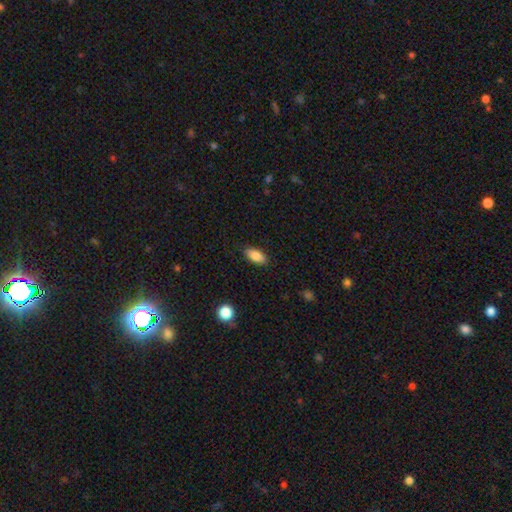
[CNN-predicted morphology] A smooth galaxy with no disk features (86%) that is in between round and cigar-shaped (90%).

Vote fractions:
- Smooth or featured? smooth: 86% / star or artifact: 8% / featured or disk: 6%
- How rounded? in between: 90% / cigar-shaped: 7% / round: 3%
- Merging? none: 87% / minor disturbance: 9% / major disturbance: 2% / merger: 1%